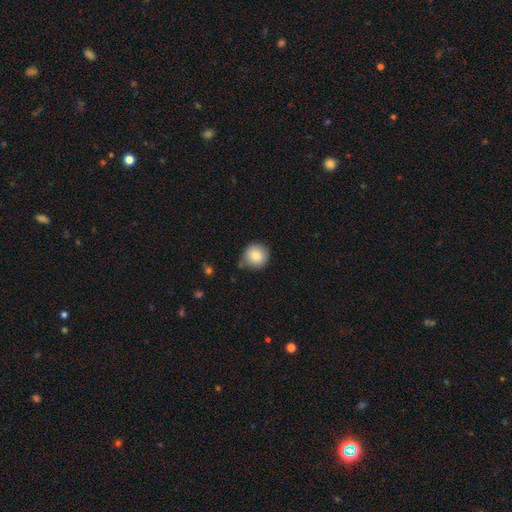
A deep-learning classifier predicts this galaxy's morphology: This is clearly a smooth galaxy (84%). How rounded: clearly round (93%). Merging: likely none (75%).